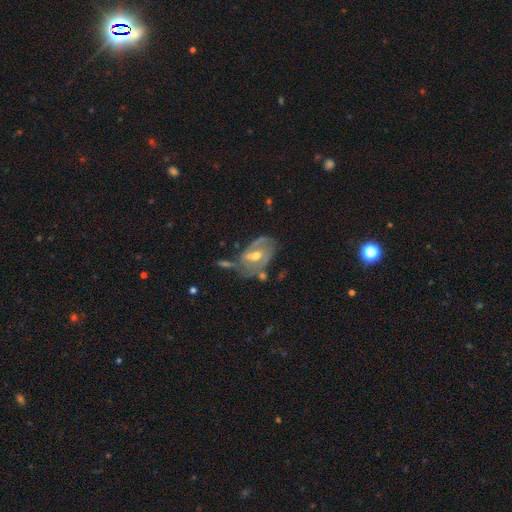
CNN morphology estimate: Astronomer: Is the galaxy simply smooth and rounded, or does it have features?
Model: featured or disk — 76%.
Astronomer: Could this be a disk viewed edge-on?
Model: no — 95%.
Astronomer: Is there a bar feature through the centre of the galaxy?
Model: weak — 48% (runner-up: no, 30%).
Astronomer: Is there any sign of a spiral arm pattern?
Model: yes — 74%.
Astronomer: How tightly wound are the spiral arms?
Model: tight — 43% (runner-up: medium, 39%).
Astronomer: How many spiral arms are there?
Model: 2 — 51% (runner-up: can't tell, 28%).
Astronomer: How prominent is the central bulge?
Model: moderate — 63%.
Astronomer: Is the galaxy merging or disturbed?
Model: none — 41% (runner-up: minor disturbance, 24%).